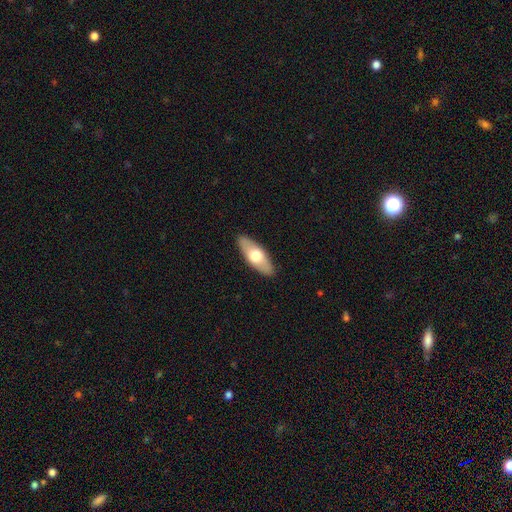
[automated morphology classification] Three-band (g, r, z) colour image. It shows a smooth galaxy with no disk features (60%) that is in between round and cigar-shaped (74%). Merging: none (89%).